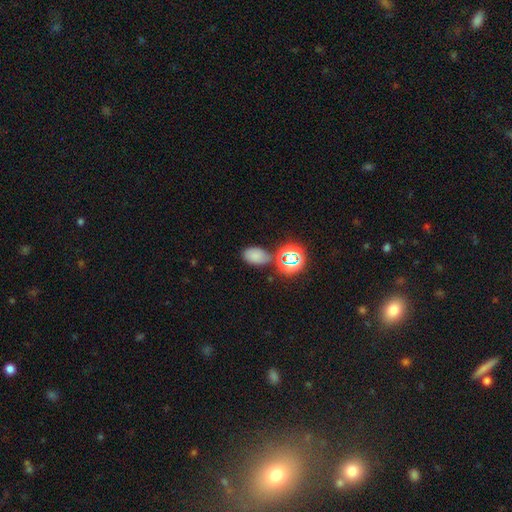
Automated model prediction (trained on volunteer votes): Smooth or featured?
  - smooth: 68% *
  - star or artifact: 23%
  - featured or disk: 9%
How rounded?
  - in between: 84% *
  - round: 15%
  - cigar-shaped: 1%
Merging?
  - none: 68% *
  - minor disturbance: 16%
  - merger: 10%
  - major disturbance: 5%